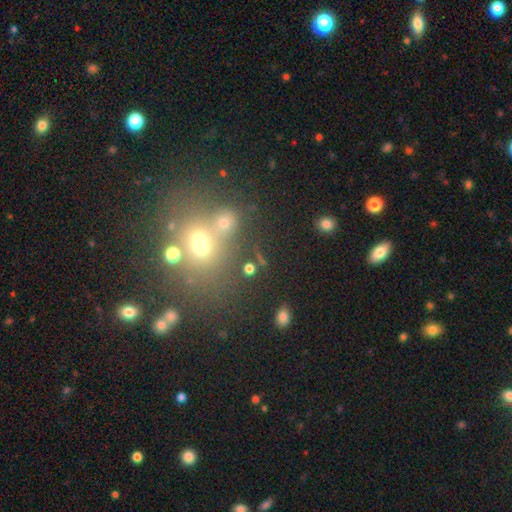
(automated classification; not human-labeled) Smooth or featured?
  - smooth: 46% *
  - star or artifact: 32%
  - featured or disk: 21%
Merging?
  - none: 51% *
  - merger: 32%
  - minor disturbance: 11%
  - major disturbance: 7%